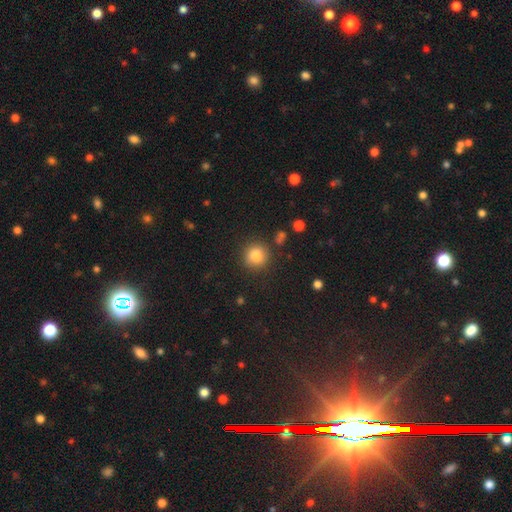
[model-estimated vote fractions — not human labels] This appears to be a smooth galaxy with no disk features (83%) that is round (92%). Merging: none (86%).